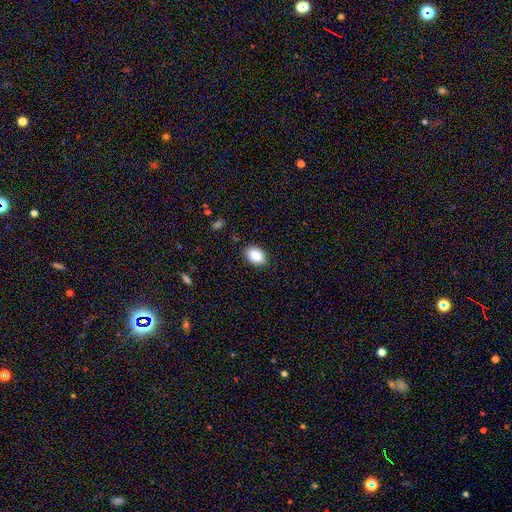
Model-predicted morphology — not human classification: Smooth or featured?
  - smooth: 89% *
  - star or artifact: 7%
  - featured or disk: 3%
How rounded?
  - in between: 78% *
  - round: 21%
  - cigar-shaped: 1%
Merging?
  - none: 87% *
  - minor disturbance: 9%
  - major disturbance: 2%
  - merger: 1%